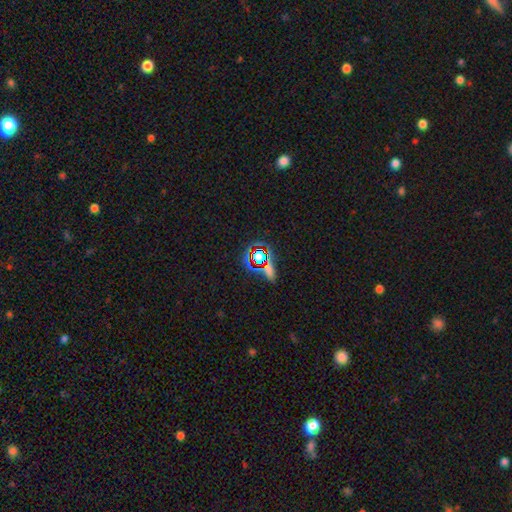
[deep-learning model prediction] smooth_or_featured: star or artifact (p=0.61) [alt: smooth p=0.28]